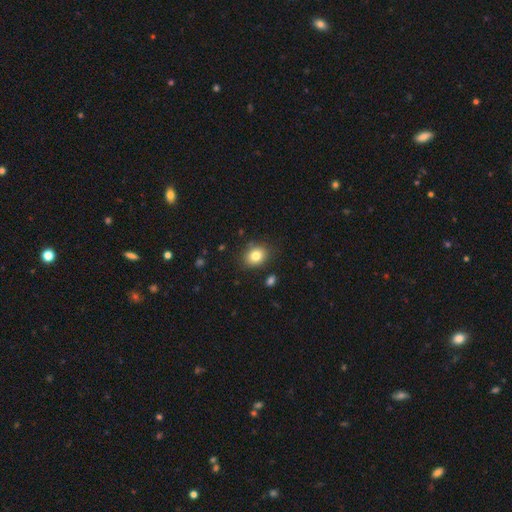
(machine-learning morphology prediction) smooth 82%, star or artifact 10%, featured or disk 8%. Down the decision tree: how rounded — in between (51%); merging — none (84%).